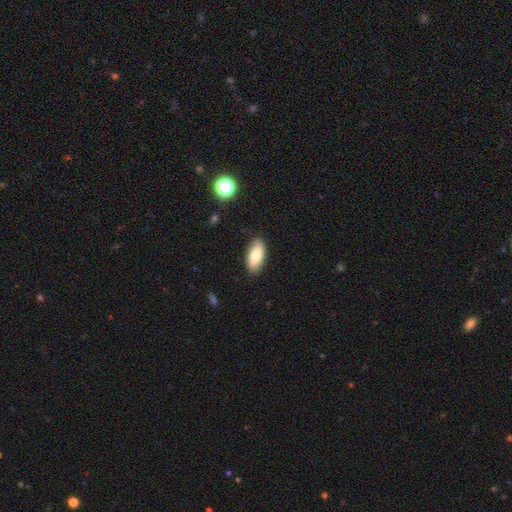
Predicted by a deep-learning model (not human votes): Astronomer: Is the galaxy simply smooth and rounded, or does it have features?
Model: smooth — 76%.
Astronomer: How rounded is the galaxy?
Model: in between — 88%.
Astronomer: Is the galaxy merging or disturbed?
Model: none — 85%.